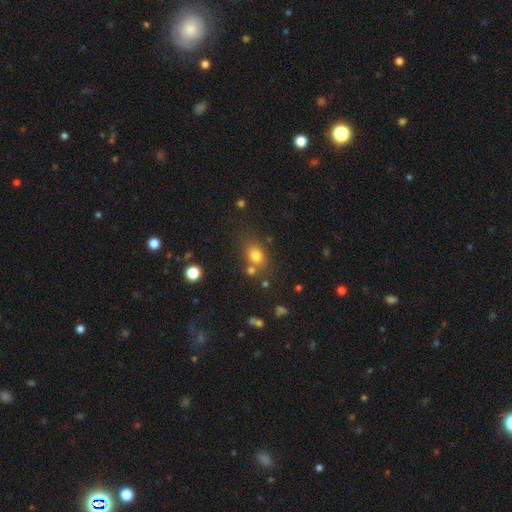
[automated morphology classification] Smooth or featured? Predicted: smooth (p=0.78). How rounded? Predicted: in between (p=0.63). Merging? Predicted: none (p=0.64).